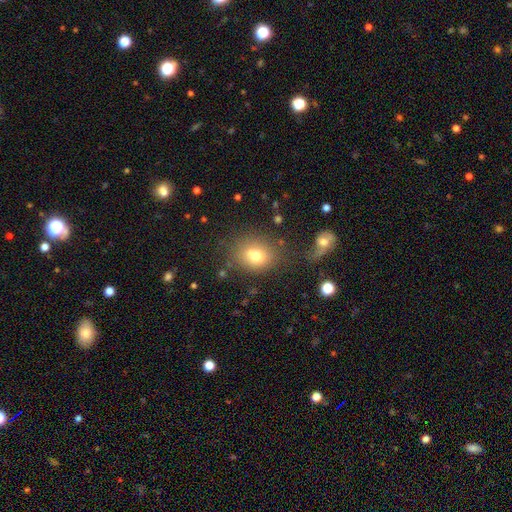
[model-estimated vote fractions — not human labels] The model was most divided on "how rounded": round: 59%, in between: 40%, cigar-shaped: 1%. More confident: smooth or featured — smooth (74%); merging — none (66%).